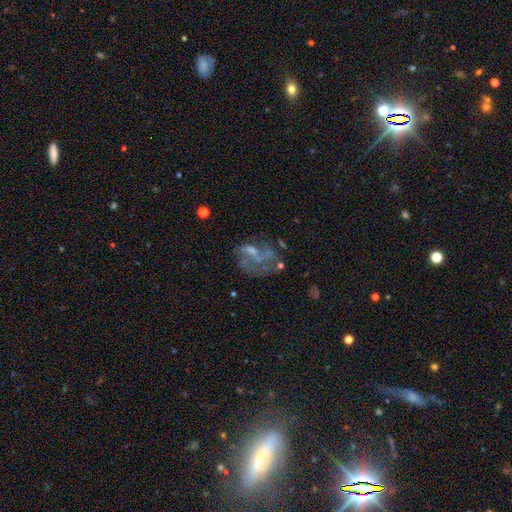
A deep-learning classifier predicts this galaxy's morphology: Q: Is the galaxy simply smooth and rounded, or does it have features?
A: featured or disk — 61%.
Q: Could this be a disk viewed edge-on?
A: no — 97%.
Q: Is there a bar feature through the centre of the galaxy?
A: no — 55%.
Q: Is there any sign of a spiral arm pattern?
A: yes — 61%.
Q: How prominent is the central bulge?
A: small — 44%.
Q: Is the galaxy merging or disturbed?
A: none — 45%.